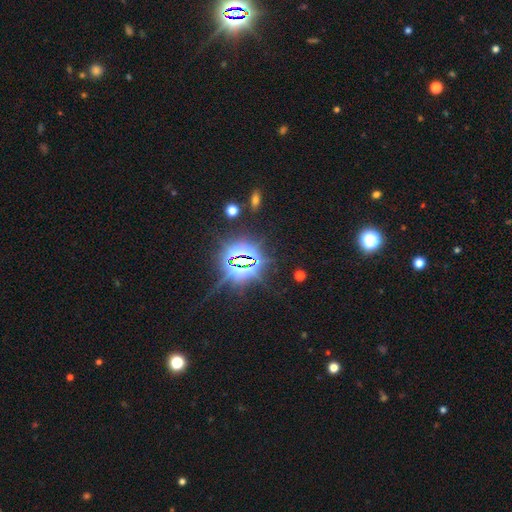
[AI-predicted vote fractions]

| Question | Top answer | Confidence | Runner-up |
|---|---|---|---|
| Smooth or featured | star or artifact | 83% | smooth (9%) |